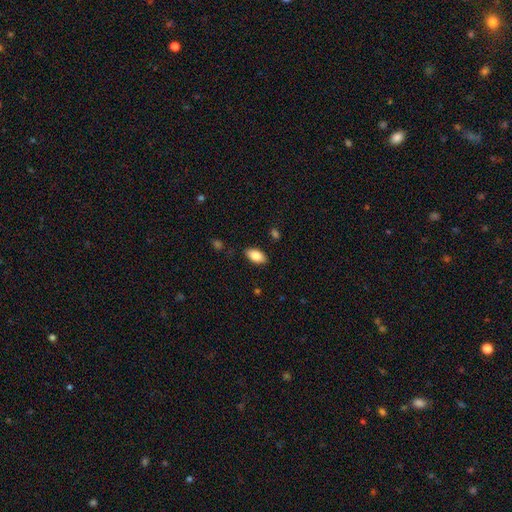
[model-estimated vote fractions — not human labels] smooth 83%, featured or disk 10%, star or artifact 7%. Down the decision tree: how rounded — in between (93%); merging — none (86%).